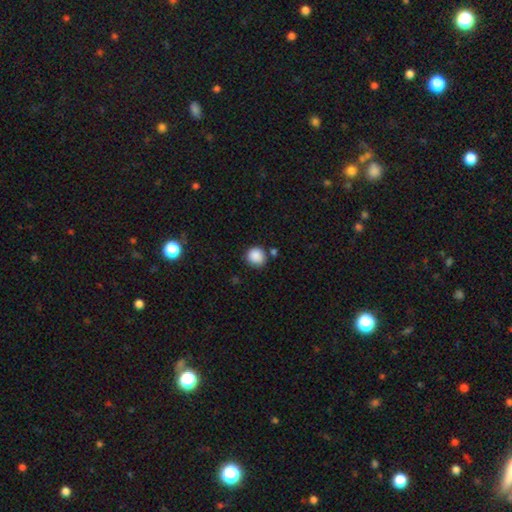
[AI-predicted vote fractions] smooth 87%, star or artifact 10%, featured or disk 3%. Down the decision tree: how rounded — round (89%); merging — none (79%).